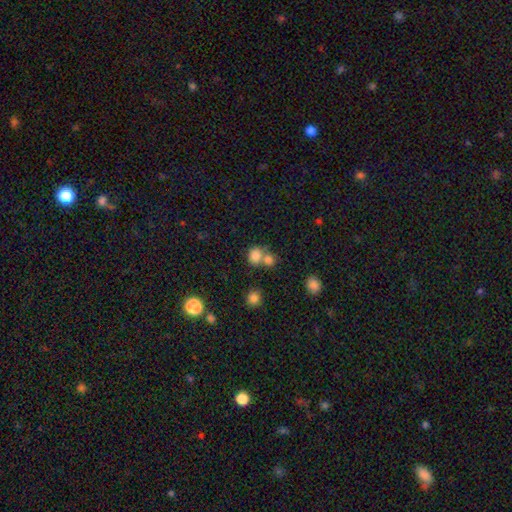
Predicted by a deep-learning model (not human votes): smooth-or-featured: smooth: 80% | star or artifact: 13% | featured or disk: 7%
  how-rounded: round: 68% | in between: 30% | cigar-shaped: 1%
  merging: merger: 45% | none: 42% | minor disturbance: 8% | major disturbance: 4%